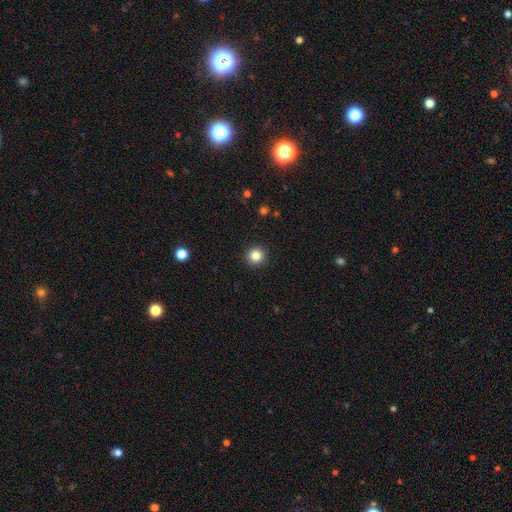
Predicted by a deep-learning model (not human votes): smooth_or_featured: smooth (p=0.84) [alt: star or artifact p=0.11]
how_rounded: round (p=0.95) [alt: in between p=0.05]
merging: none (p=0.93) [alt: minor disturbance p=0.05]